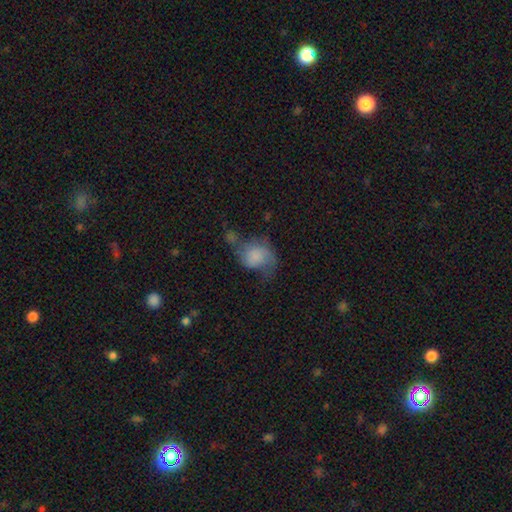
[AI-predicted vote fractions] Smooth or featured? Predicted: smooth (p=0.51). How rounded? Predicted: round (p=0.56). Merging? Predicted: none (p=0.31).